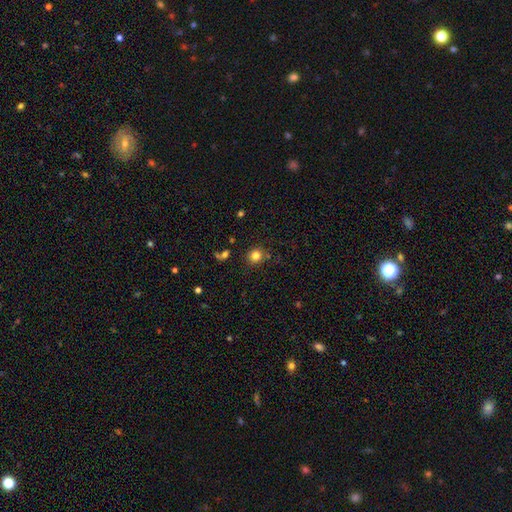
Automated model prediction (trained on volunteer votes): Q: Smooth or featured?
A: smooth (81%); runner-up: star or artifact (13%)
Q: How rounded?
A: round (87%); runner-up: in between (13%)
Q: Merging?
A: none (83%); runner-up: minor disturbance (10%)